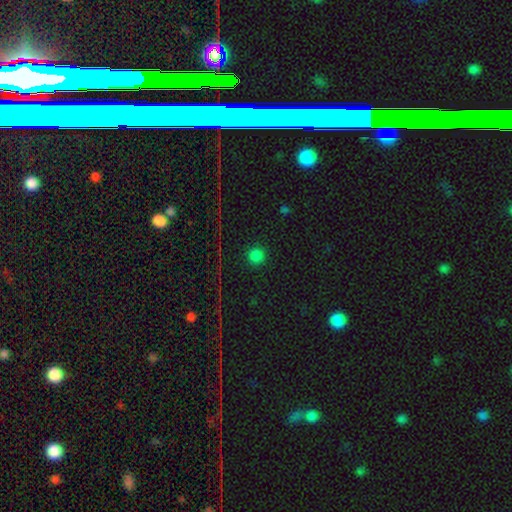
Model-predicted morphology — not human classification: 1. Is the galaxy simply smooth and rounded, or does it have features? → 76% smooth, 20% star or artifact, 4% featured or disk.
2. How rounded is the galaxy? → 92% round, 7% in between, 1% cigar-shaped.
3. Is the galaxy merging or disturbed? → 91% none, 6% minor disturbance, 2% major disturbance, 1% merger.